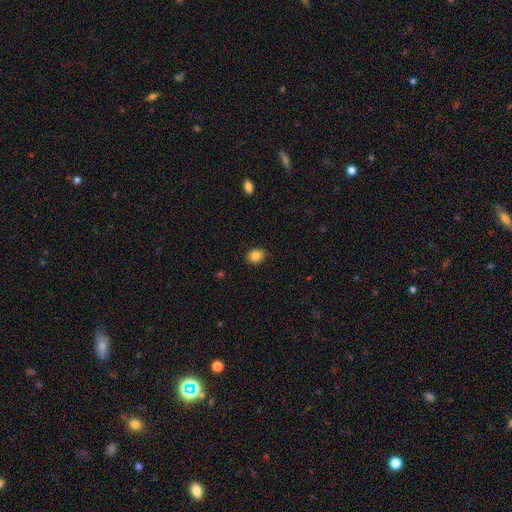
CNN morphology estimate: This is clearly a smooth galaxy (85%). How rounded: possibly round (55%). Merging: clearly none (87%).